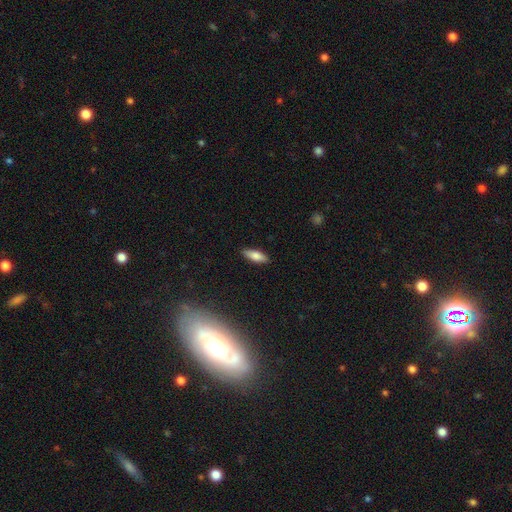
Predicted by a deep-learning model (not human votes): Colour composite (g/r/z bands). It shows a smooth galaxy with no disk features (78%) that is in between round and cigar-shaped (66%). Merging: none (88%).